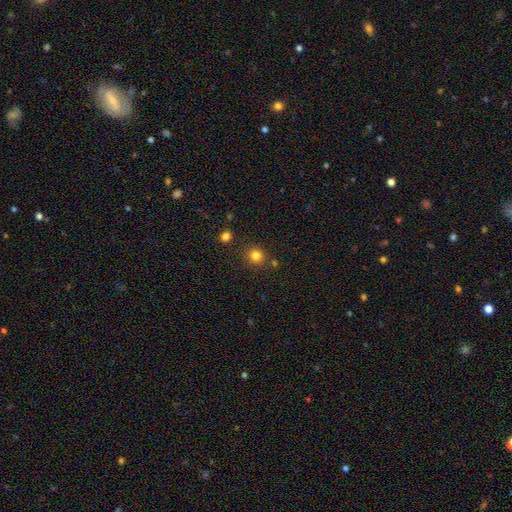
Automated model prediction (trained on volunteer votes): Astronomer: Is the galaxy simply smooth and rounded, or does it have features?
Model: smooth — 82%.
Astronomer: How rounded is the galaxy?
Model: round — 89%.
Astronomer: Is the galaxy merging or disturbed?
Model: none — 85%.